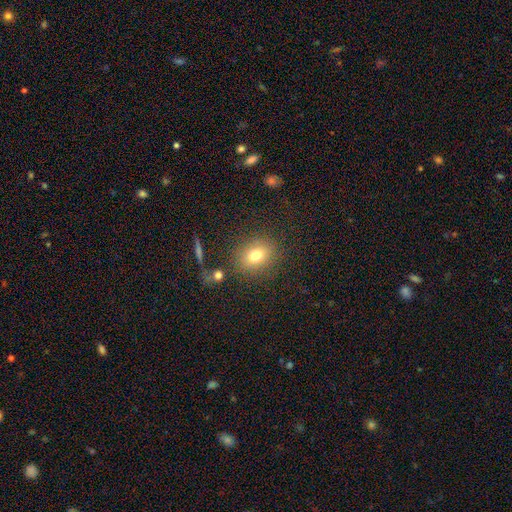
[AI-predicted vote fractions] Smooth or featured: smooth — 76% (star or artifact — 13%)
How rounded: round — 56% (in between — 42%)
Merging: none — 81% (minor disturbance — 11%)